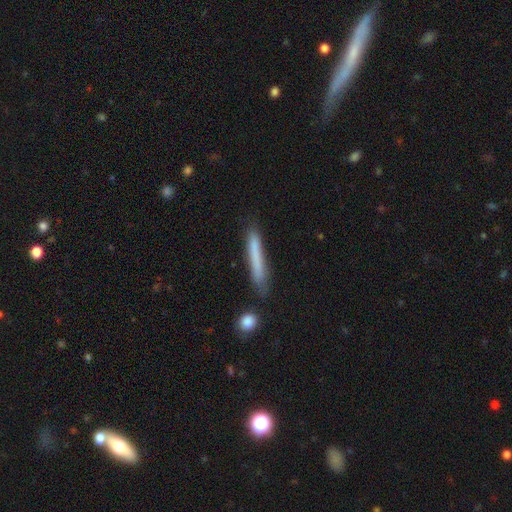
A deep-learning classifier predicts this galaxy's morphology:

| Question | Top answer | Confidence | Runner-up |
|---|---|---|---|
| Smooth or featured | smooth | 72% | featured or disk (21%) |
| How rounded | cigar-shaped | 95% | in between (3%) |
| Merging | none | 78% | minor disturbance (15%) |